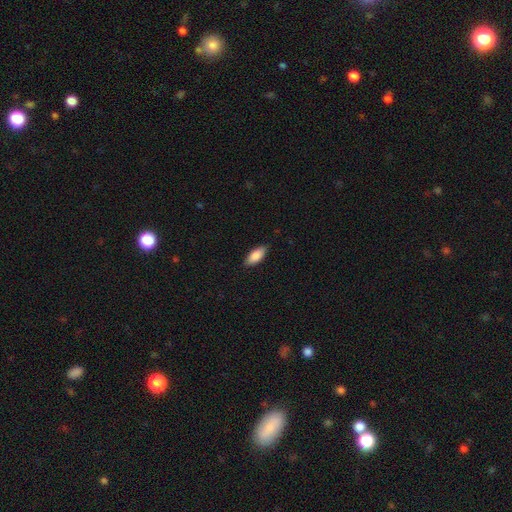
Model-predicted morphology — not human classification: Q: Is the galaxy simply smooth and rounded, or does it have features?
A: smooth — 87%.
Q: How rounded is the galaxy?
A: in between — 85%.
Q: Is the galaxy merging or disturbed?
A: none — 86%.